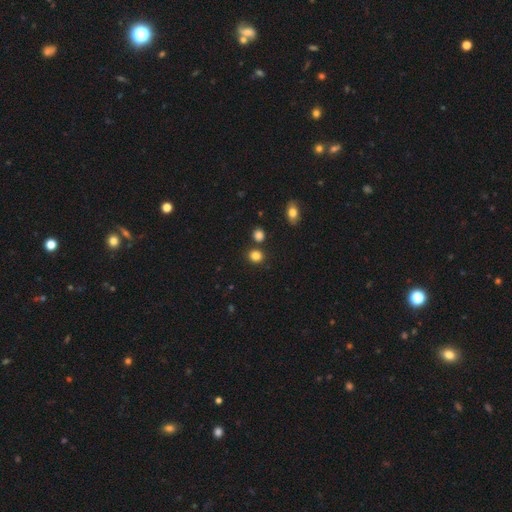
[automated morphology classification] smooth 84%, star or artifact 12%, featured or disk 4%. Down the decision tree: how rounded — round (76%); merging — none (80%).